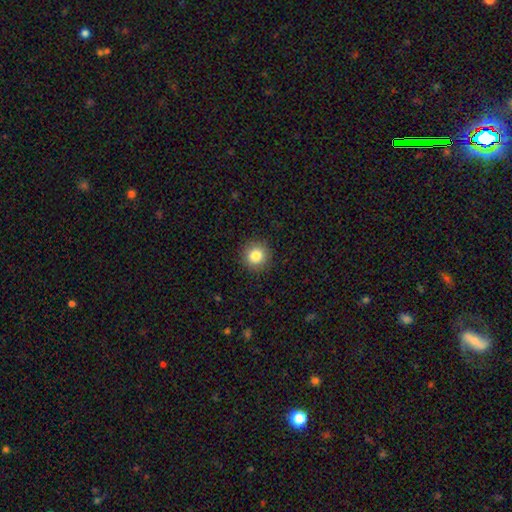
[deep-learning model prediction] This is clearly a smooth galaxy (84%). How rounded: clearly round (94%). Merging: clearly none (91%).